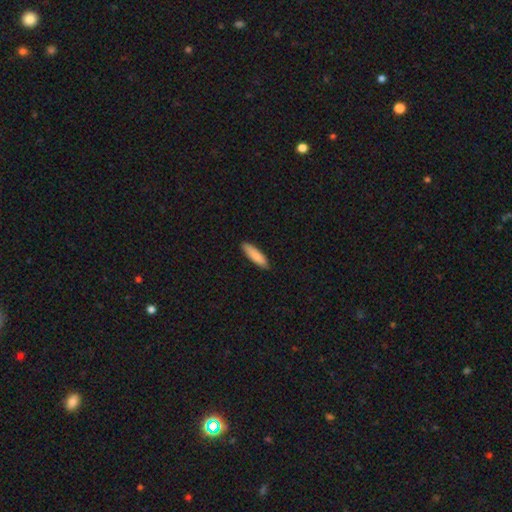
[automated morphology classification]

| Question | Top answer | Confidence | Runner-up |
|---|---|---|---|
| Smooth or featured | smooth | 87% | featured or disk (7%) |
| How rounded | cigar-shaped | 67% | in between (32%) |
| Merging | none | 88% | minor disturbance (9%) |